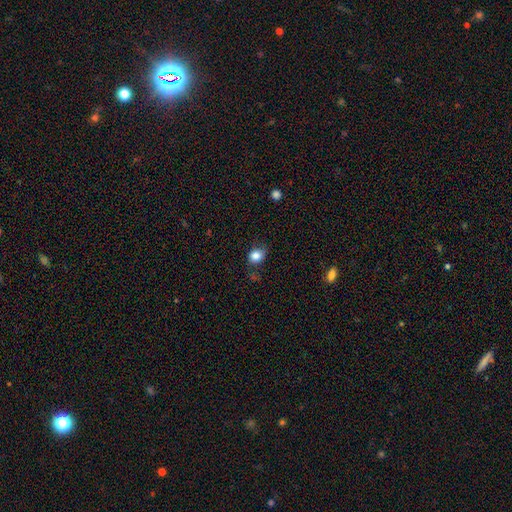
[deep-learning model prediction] Overall: smooth (84%). How rounded: round (58%; in between 41%). Merging: none (68%).